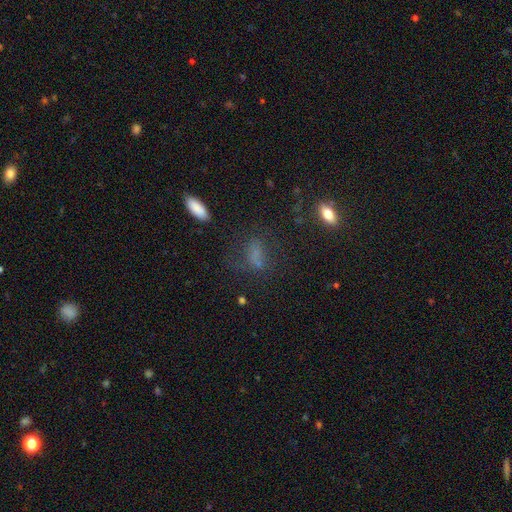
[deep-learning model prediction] Q: Smooth or featured?
A: smooth (54%); runner-up: star or artifact (27%)
Q: How rounded?
A: in between (67%); runner-up: round (21%)
Q: Merging?
A: none (55%); runner-up: minor disturbance (19%)